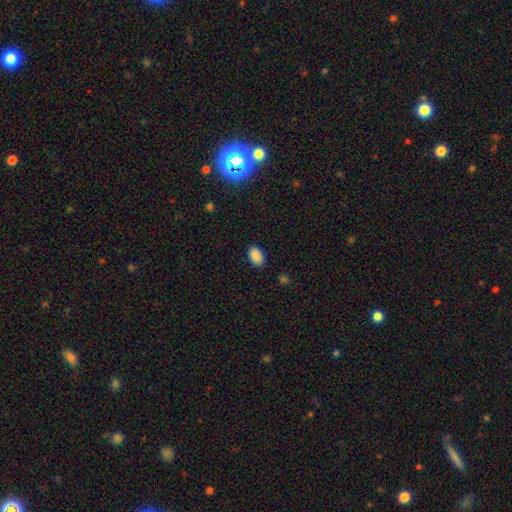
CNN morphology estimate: This is clearly a smooth galaxy (89%). How rounded: clearly in between (89%). Merging: clearly none (86%).